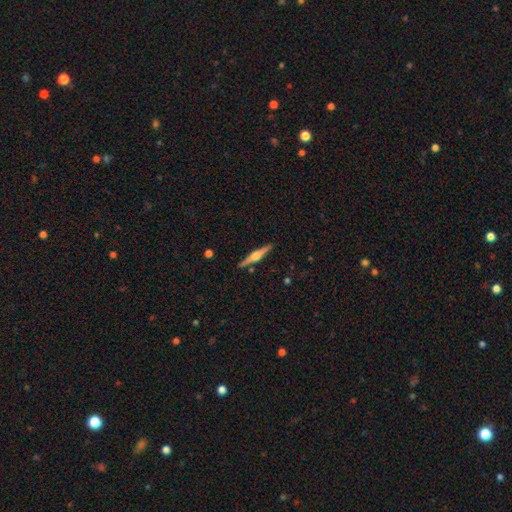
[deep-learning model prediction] This is likely a featured or disk galaxy (76%). It is clearly viewed edge-on (98%). Edge-on bulge: clearly rounded (92%). Merging: clearly none (91%).